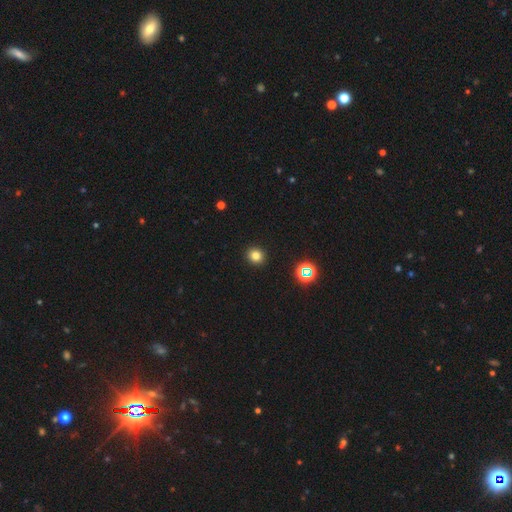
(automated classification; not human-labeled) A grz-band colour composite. It shows a smooth galaxy with no disk features (79%) that is round (85%). Merging: none (92%).